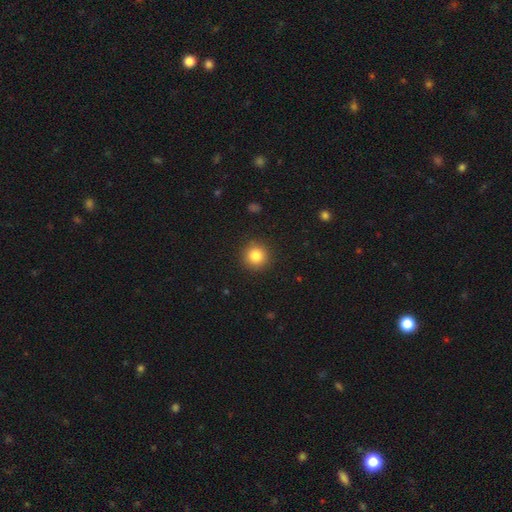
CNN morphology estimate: This appears to be a smooth galaxy with no disk features (84%) that is round (95%). Merging: none (91%).